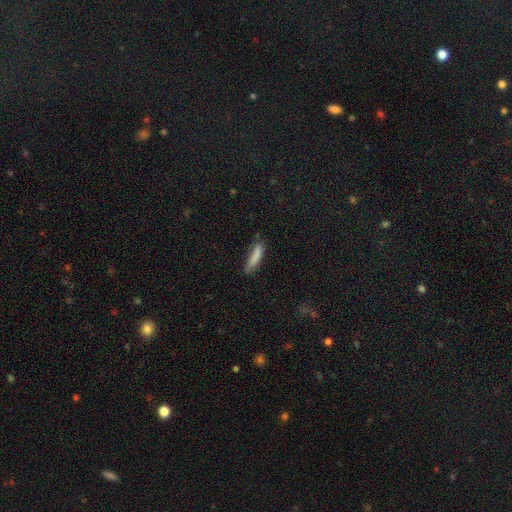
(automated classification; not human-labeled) Smooth or featured? smooth (84%)
How rounded? cigar-shaped (76%)
Merging? none (65%)